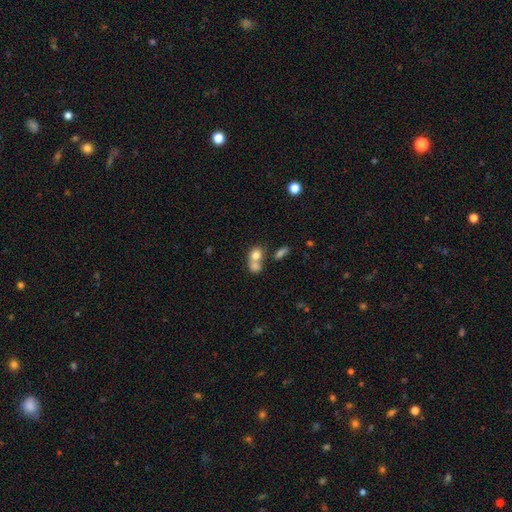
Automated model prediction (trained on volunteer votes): The model was most divided on "how rounded": round: 58%, in between: 41%, cigar-shaped: 2%. More confident: smooth or featured — smooth (75%); merging — merger (60%).